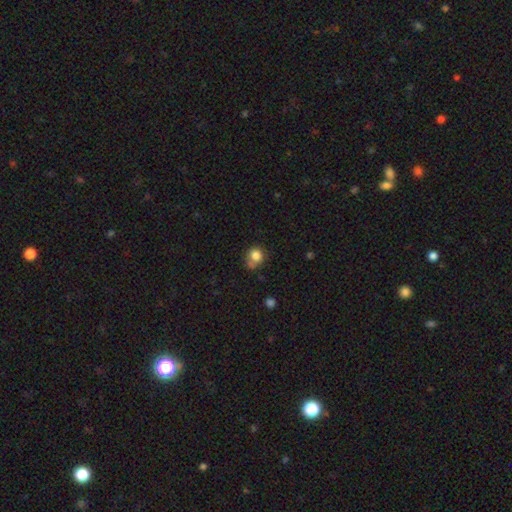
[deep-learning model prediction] A smooth galaxy with no disk features (82%) that is round (81%). Merging: none (56%).